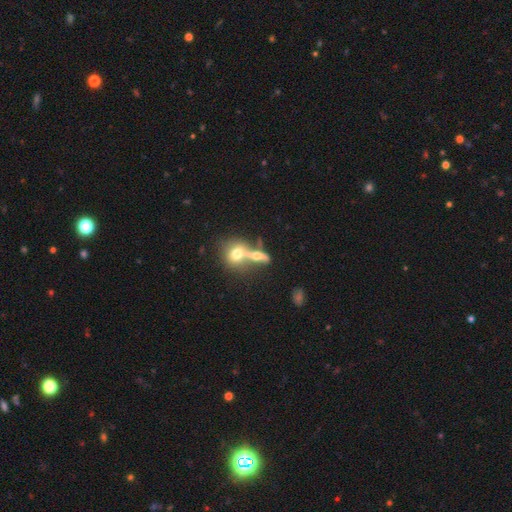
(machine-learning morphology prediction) Smooth or featured: smooth — 53% (featured or disk — 35%)
How rounded: round — 47% (in between — 38%)
Merging: merger — 62% (none — 24%)